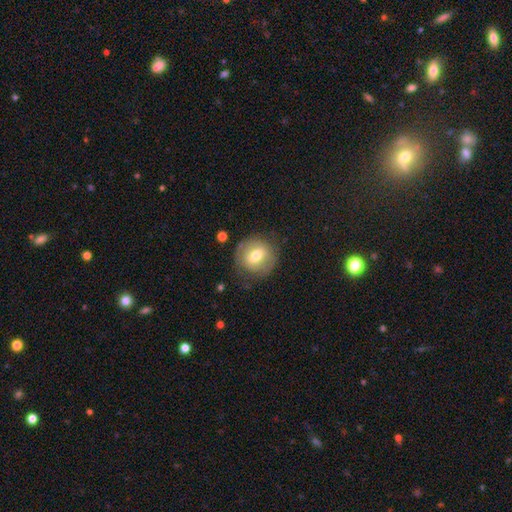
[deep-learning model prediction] A smooth galaxy with no disk features (56%) that is round (86%). Merging: none (77%).